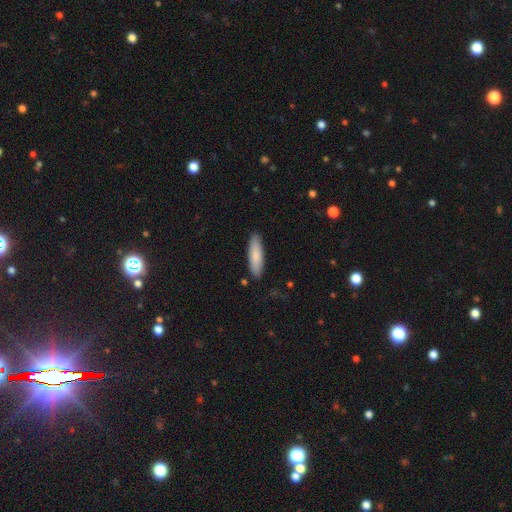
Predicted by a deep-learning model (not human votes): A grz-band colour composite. It shows a smooth galaxy with no disk features (83%) that is cigar-shaped (59%). Merging: none (89%).